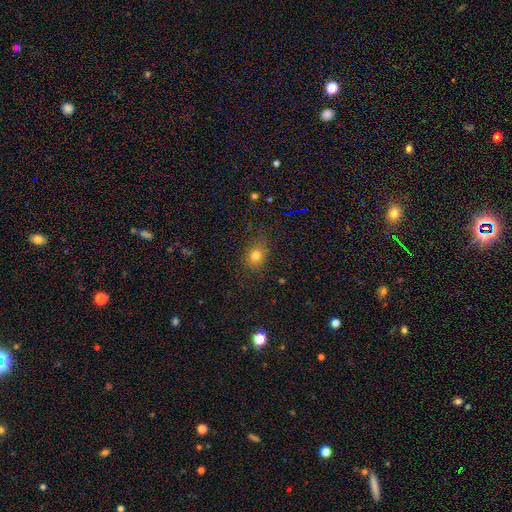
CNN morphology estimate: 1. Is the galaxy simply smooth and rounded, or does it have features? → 74% smooth, 17% star or artifact, 9% featured or disk.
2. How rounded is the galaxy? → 49% round (tied), 49% in between (tied), 1% cigar-shaped.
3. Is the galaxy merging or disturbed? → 80% none, 14% minor disturbance, 5% major disturbance, 1% merger.